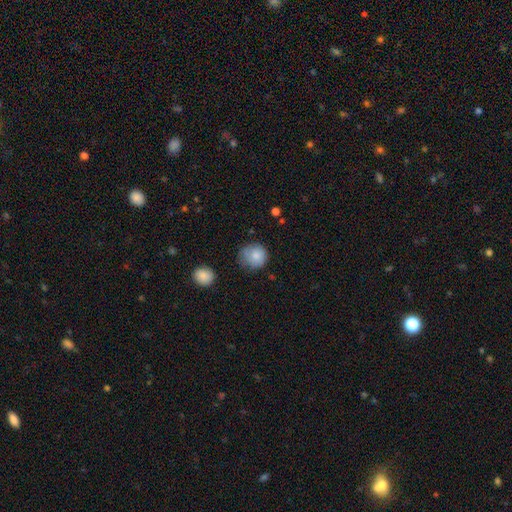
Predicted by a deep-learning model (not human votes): A smooth galaxy with no disk features (81%) that is round (87%). Merging: none (60%).